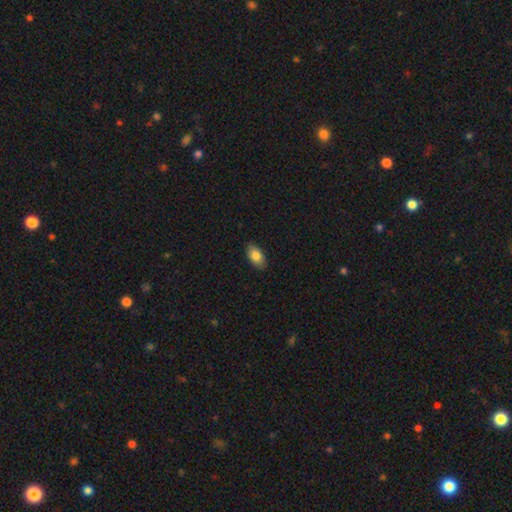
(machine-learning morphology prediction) A smooth galaxy with no disk features (83%) that is in between round and cigar-shaped (93%). Merging: none (87%).